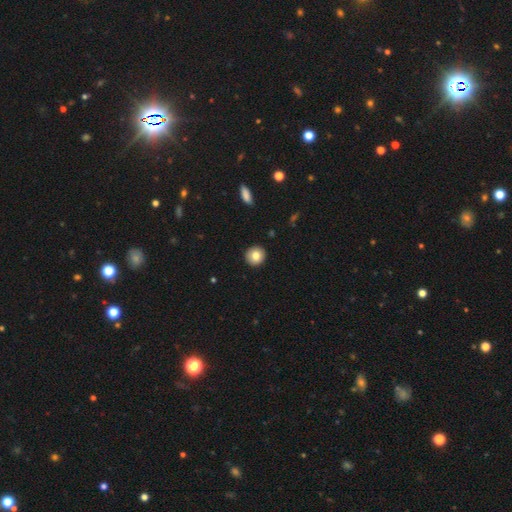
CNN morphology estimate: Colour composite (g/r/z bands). It shows a smooth galaxy with no disk features (81%) that is round (93%). Merging: none (92%).